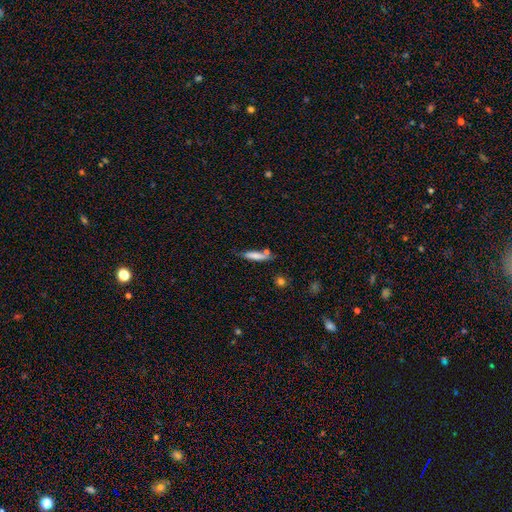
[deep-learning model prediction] This is likely a smooth galaxy (76%). How rounded: likely cigar-shaped (77%). Merging: likely none (63%).